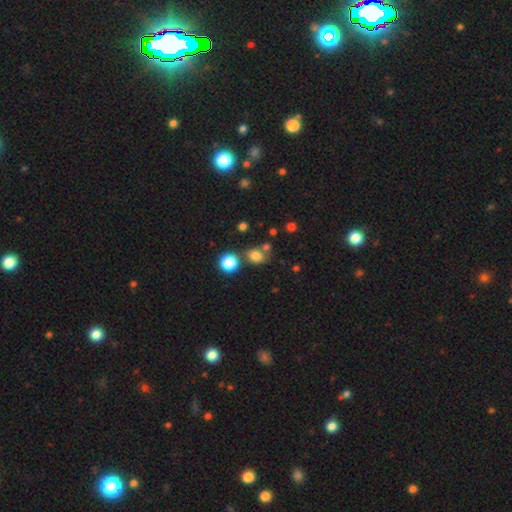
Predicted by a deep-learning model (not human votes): This is likely a smooth galaxy (77%). How rounded: possibly round (58%). Merging: likely none (61%).